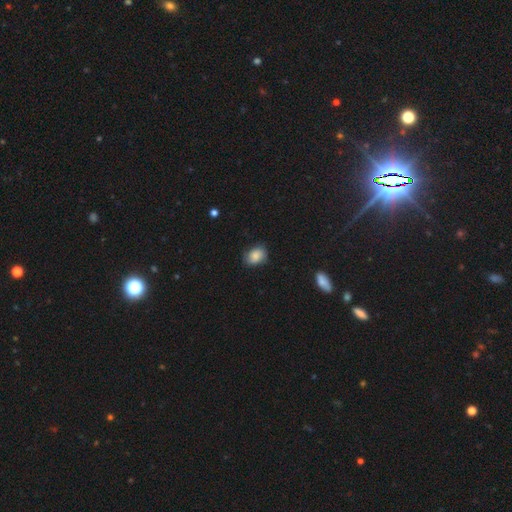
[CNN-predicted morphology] Smooth or featured? smooth (82%)
How rounded? in between (68%)
Merging? none (74%)